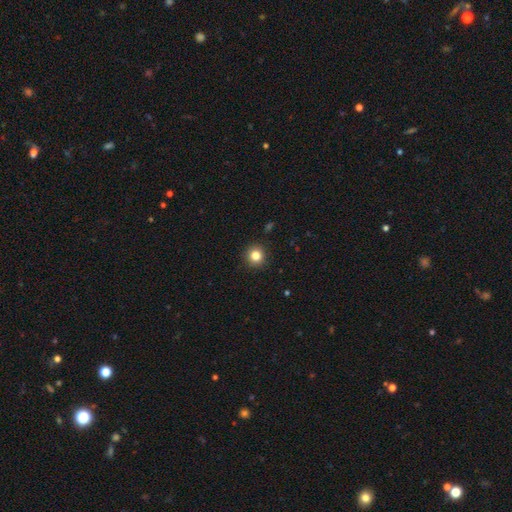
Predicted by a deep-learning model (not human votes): The model was most divided on "smooth or featured": smooth: 83%, star or artifact: 12%, featured or disk: 5%. More confident: how rounded — round (94%); merging — none (92%).